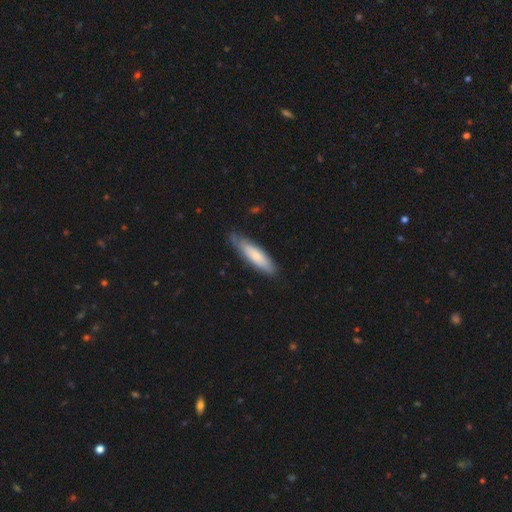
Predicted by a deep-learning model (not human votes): Smooth or featured? Predicted: smooth (p=0.72). How rounded? Predicted: cigar-shaped (p=0.69). Merging? Predicted: none (p=0.72).